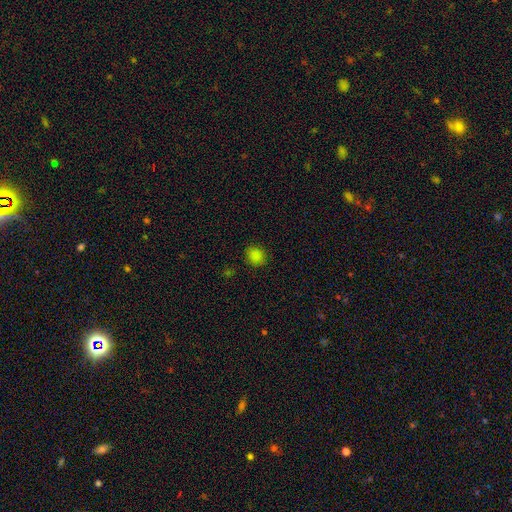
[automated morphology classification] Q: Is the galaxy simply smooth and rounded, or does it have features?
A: smooth — 83%.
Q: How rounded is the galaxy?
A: round — 74%.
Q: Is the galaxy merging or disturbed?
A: none — 87%.